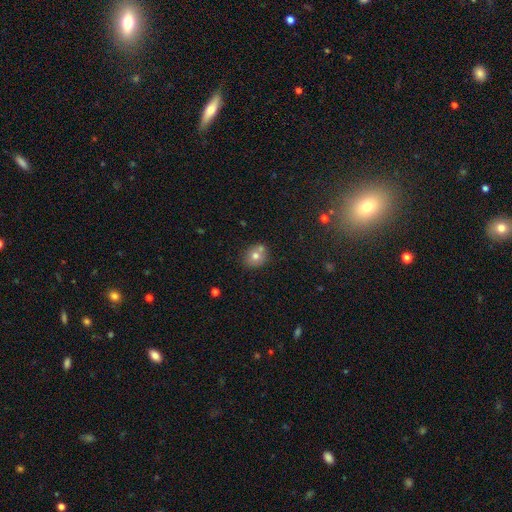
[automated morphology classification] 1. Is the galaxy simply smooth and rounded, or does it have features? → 71% smooth, 17% featured or disk, 12% star or artifact.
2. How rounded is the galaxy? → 74% round, 25% in between, 1% cigar-shaped.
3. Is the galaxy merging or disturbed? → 60% none, 26% merger, 12% minor disturbance, 3% major disturbance.